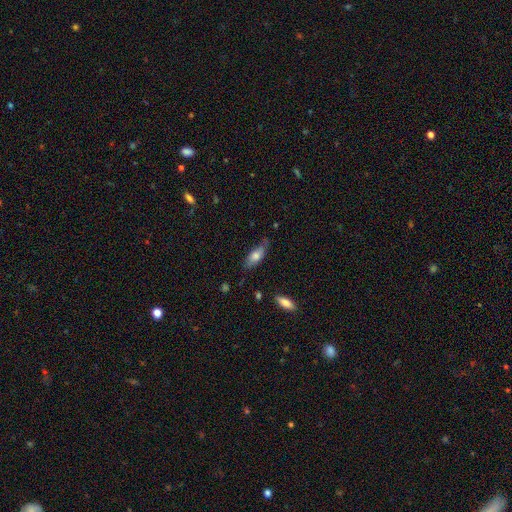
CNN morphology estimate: smooth_or_featured: smooth (p=0.70) [alt: featured or disk p=0.23]
how_rounded: in between (p=0.78) [alt: cigar-shaped p=0.19]
merging: none (p=0.57) [alt: minor disturbance p=0.32]